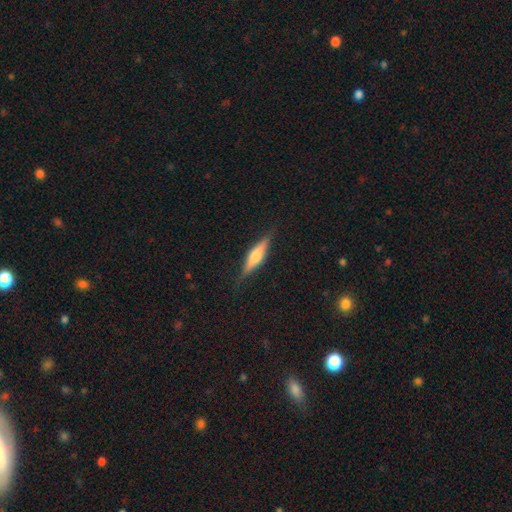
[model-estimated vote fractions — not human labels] This appears to be a featured or disk galaxy (55%) viewed edge-on (95%) with a rounded central bulge (84%). Merging: none (85%).